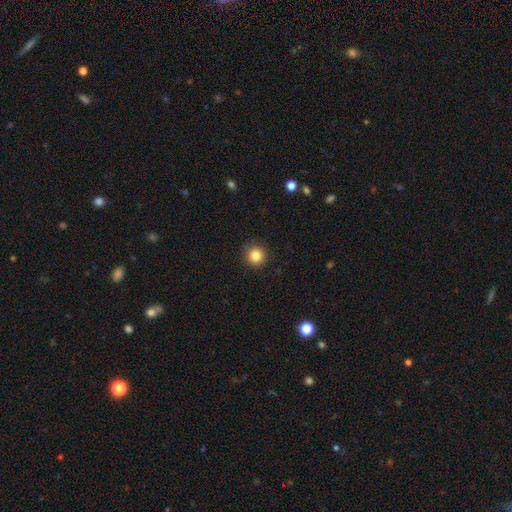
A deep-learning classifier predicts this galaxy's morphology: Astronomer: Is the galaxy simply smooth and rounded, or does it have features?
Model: smooth — 84%.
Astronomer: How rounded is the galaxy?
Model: round — 95%.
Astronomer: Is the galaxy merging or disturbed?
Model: none — 90%.